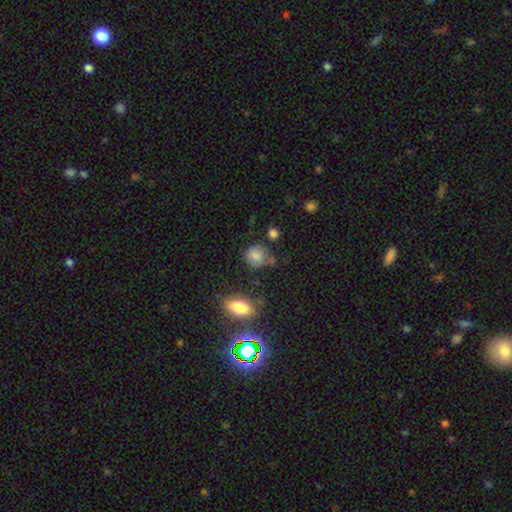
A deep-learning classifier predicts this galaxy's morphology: type=smooth (81%); roundness=round (79%); merging=none (61%).